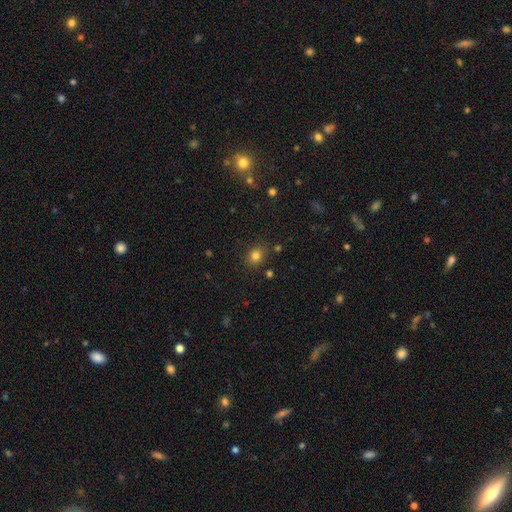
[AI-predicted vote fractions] The model was most divided on "how rounded": round: 63%, in between: 37%, cigar-shaped: 1%. More confident: merging — none (84%); smooth or featured — smooth (80%).